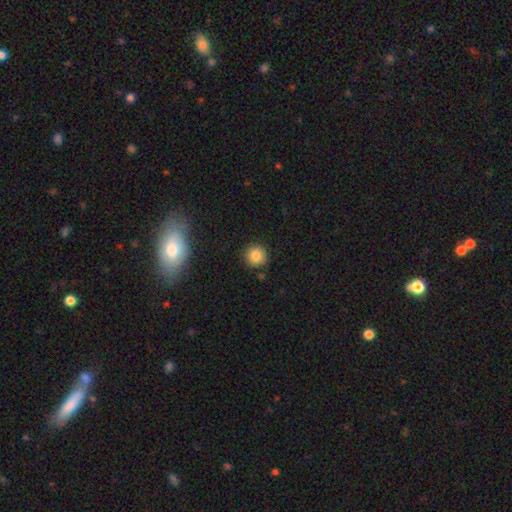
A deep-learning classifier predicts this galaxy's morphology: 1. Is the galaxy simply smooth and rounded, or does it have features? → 83% smooth, 11% star or artifact, 6% featured or disk.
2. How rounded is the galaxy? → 94% round, 5% in between, 1% cigar-shaped.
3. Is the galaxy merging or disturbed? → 88% none, 8% minor disturbance, 2% merger, 2% major disturbance.